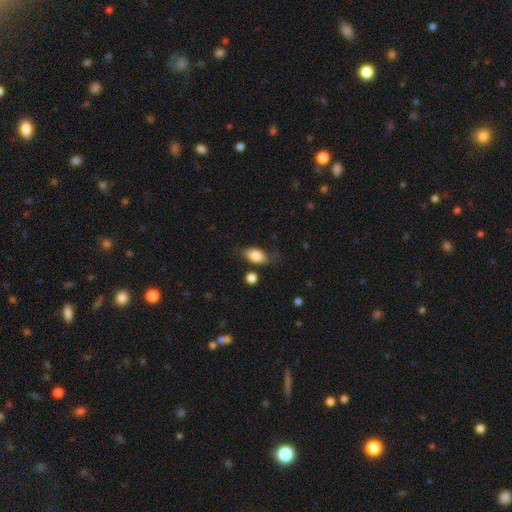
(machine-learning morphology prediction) A smooth galaxy with no disk features (83%) that is in between round and cigar-shaped (89%). Merging: none (73%).